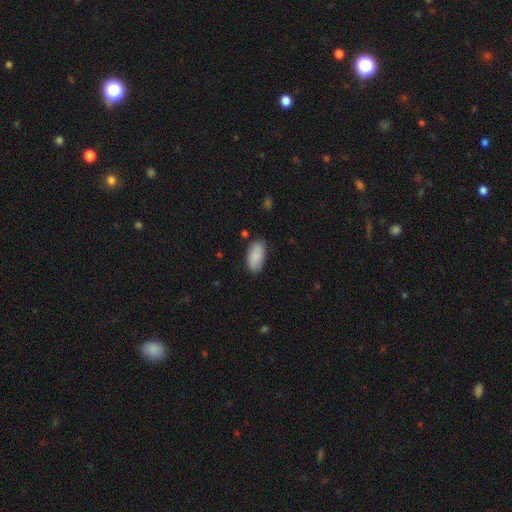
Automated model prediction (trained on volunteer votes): Smooth or featured: smooth — 89% (star or artifact — 6%)
How rounded: in between — 94% (cigar-shaped — 3%)
Merging: none — 84% (minor disturbance — 12%)